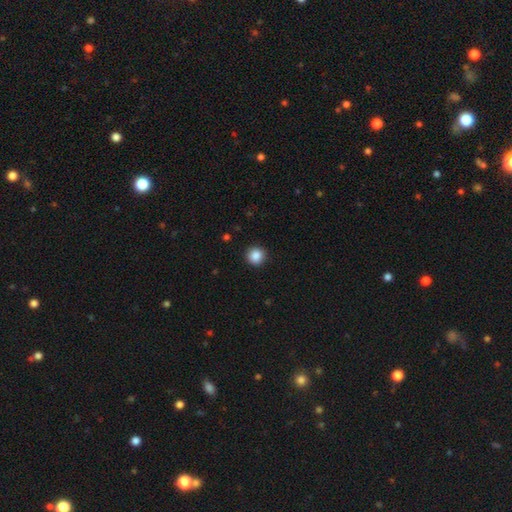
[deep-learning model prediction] smooth-or-featured: smooth: 87% | star or artifact: 9% | featured or disk: 4%
  how-rounded: round: 94% | in between: 5% | cigar-shaped: 1%
  merging: none: 92% | minor disturbance: 5% | major disturbance: 2% | merger: 1%